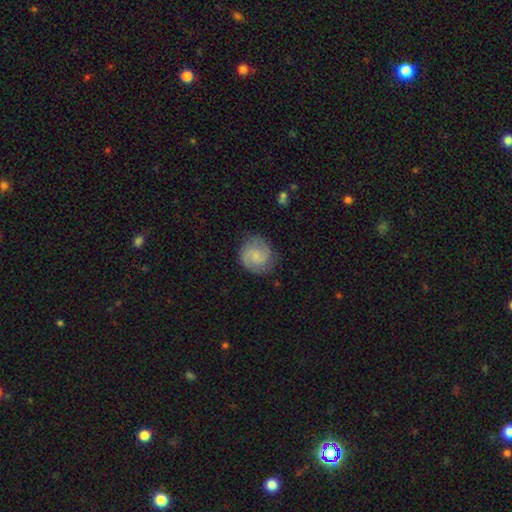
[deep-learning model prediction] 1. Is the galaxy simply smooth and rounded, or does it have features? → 59% featured or disk, 34% smooth, 7% star or artifact.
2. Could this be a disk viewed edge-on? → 98% no, 2% yes.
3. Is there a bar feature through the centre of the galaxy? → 57% no, 38% weak, 5% strong.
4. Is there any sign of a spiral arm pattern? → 93% yes, 7% no.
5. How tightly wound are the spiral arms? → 46% medium, 39% tight, 15% loose.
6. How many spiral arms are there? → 78% 2, 11% can't tell, 5% 3, 3% 1, 2% 4, 2% more than 4.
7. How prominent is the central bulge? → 49% small, 29% none, 18% moderate, 2% large, 1% dominant.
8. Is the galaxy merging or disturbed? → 79% none, 15% minor disturbance, 5% major disturbance, 1% merger.